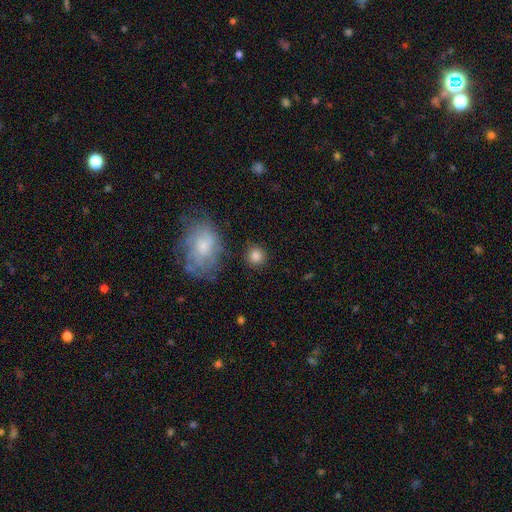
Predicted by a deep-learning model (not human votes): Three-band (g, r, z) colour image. It shows a smooth galaxy with no disk features (83%) that is round (90%). Merging: none (85%).